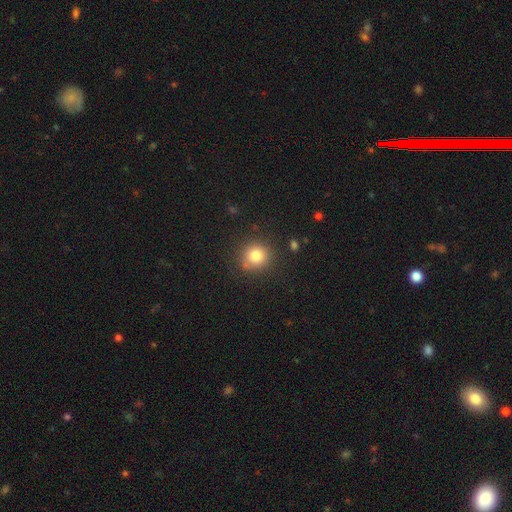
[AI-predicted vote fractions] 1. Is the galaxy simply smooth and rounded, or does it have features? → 81% smooth, 12% star or artifact, 8% featured or disk.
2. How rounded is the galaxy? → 87% round, 12% in between, 1% cigar-shaped.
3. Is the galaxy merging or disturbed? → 80% none, 12% minor disturbance, 4% merger, 4% major disturbance.